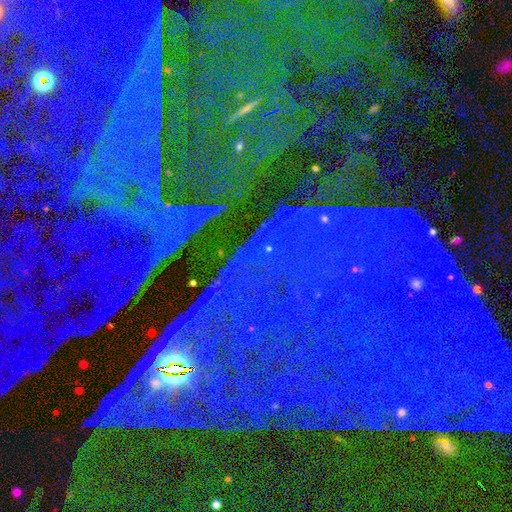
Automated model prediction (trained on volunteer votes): Smooth or featured?
  - star or artifact: 87% *
  - featured or disk: 7%
  - smooth: 6%